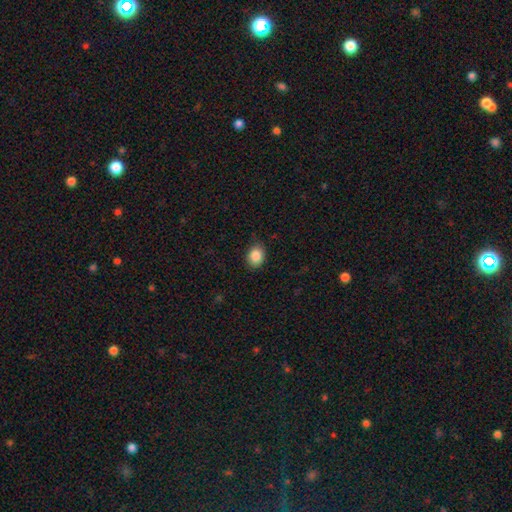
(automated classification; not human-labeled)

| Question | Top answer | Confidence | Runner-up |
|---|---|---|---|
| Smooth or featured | smooth | 87% | star or artifact (9%) |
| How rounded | in between | 60% | round (39%) |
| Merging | none | 82% | minor disturbance (14%) |